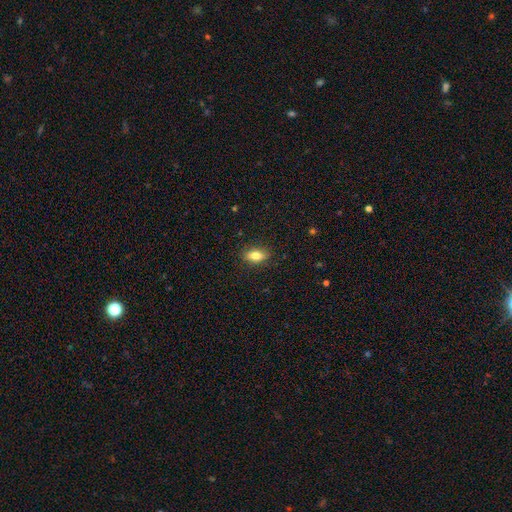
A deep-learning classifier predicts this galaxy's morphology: A smooth galaxy with no disk features (76%) that is in between round and cigar-shaped (82%).

Vote fractions:
- Smooth or featured? smooth: 76% / featured or disk: 16% / star or artifact: 8%
- How rounded? in between: 82% / cigar-shaped: 12% / round: 6%
- Merging? none: 86% / minor disturbance: 10% / major disturbance: 2% / merger: 1%